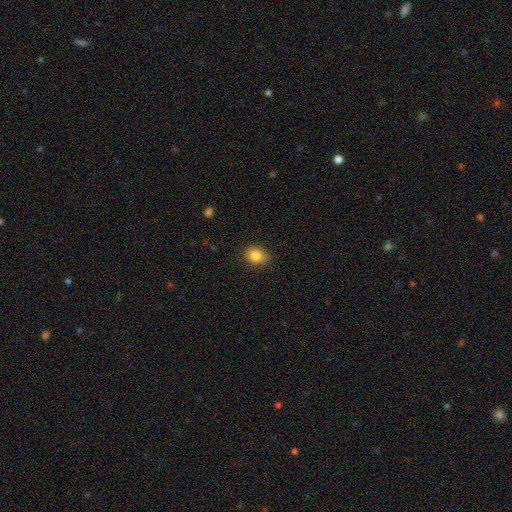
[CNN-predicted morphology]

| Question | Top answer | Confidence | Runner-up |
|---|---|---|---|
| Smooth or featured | smooth | 84% | star or artifact (10%) |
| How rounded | in between | 51% | round (48%) |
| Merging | none | 85% | minor disturbance (12%) |